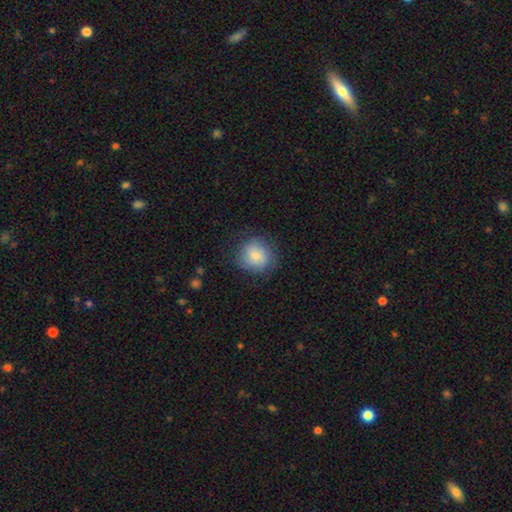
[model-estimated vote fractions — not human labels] Morphology: type=smooth (76%); roundness=round (87%); merging=none (77%).